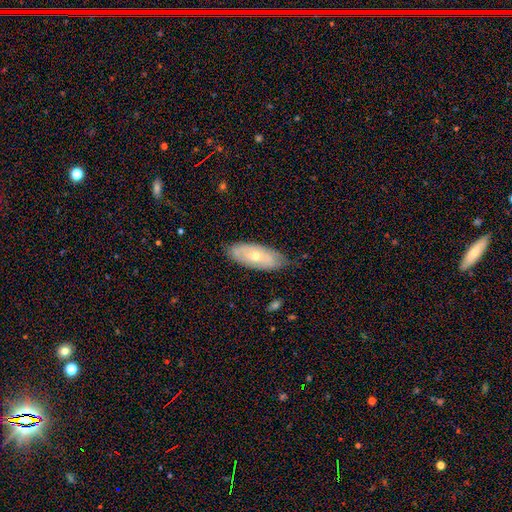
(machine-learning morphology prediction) The model was most divided on "smooth or featured": featured or disk: 52%, smooth: 42%, star or artifact: 7%. More confident: edge-on disk — no (81%); merging — none (75%).